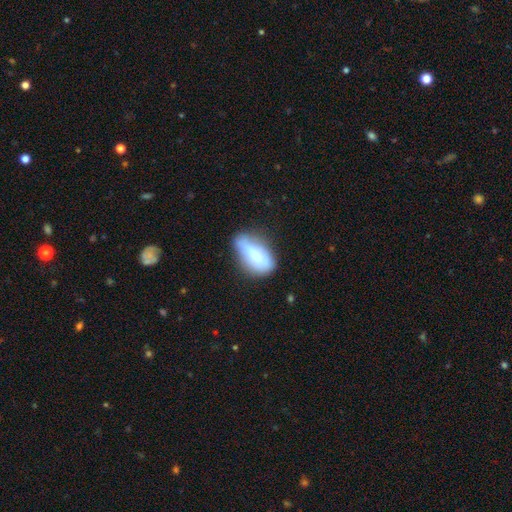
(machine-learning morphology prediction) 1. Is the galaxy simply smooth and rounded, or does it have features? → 66% smooth, 26% featured or disk, 8% star or artifact.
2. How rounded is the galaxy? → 80% in between, 16% cigar-shaped, 4% round.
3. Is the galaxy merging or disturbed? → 51% none, 31% minor disturbance, 12% major disturbance, 6% merger.